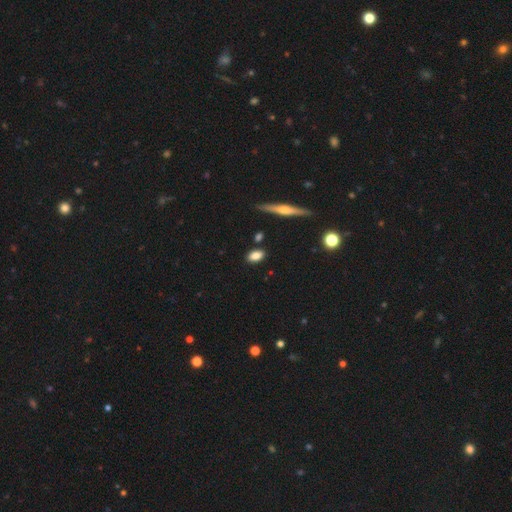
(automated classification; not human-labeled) Q: Smooth or featured?
A: smooth (82%); runner-up: featured or disk (11%)
Q: How rounded?
A: in between (85%); runner-up: round (9%)
Q: Merging?
A: none (85%); runner-up: minor disturbance (10%)